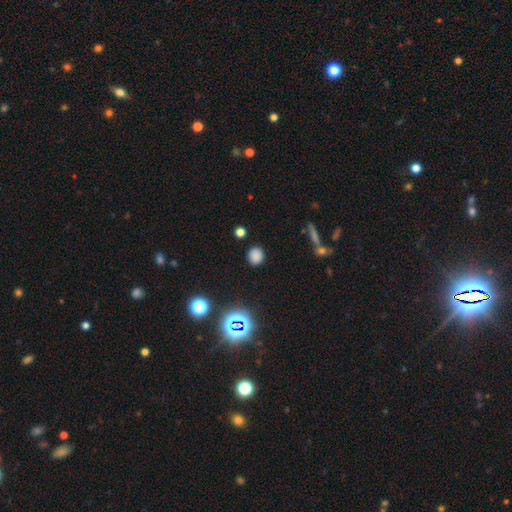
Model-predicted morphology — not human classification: type=smooth (78%); roundness=round (79%); merging=none (87%).